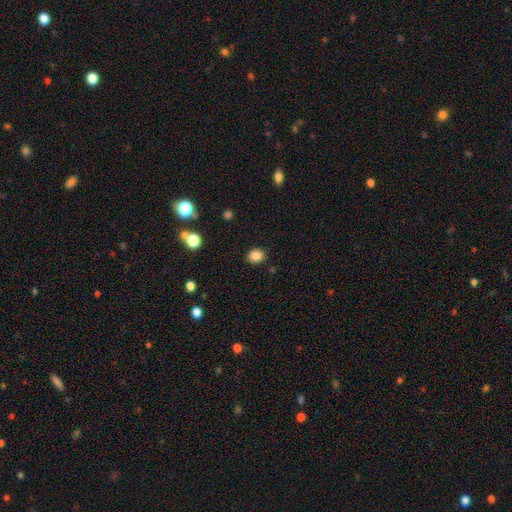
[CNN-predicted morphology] A smooth galaxy with no disk features (86%) that is round (57%).

Vote fractions:
- Smooth or featured? smooth: 86% / star or artifact: 11% / featured or disk: 4%
- How rounded? round: 57% / in between: 42% / cigar-shaped: 1%
- Merging? none: 89% / minor disturbance: 7% / major disturbance: 2% / merger: 1%